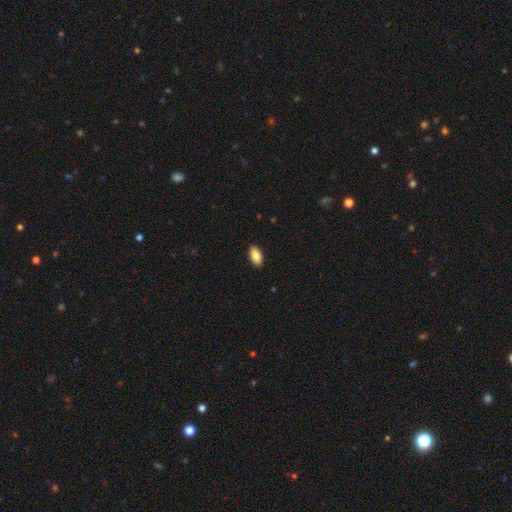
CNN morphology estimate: smooth 88%, star or artifact 7%, featured or disk 6%. Down the decision tree: how rounded — in between (93%); merging — none (90%).